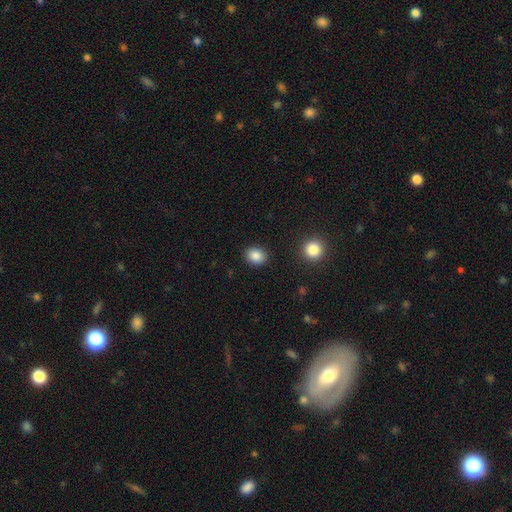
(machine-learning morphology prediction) Overall: smooth (86%). How rounded: round (61%; in between 38%). Merging: none (89%).